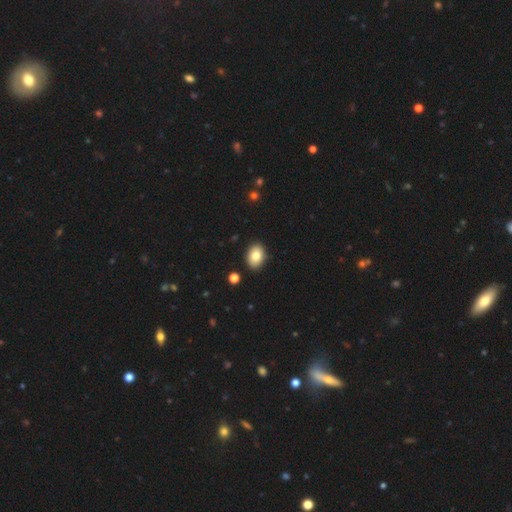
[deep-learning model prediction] Smooth or featured? Predicted: smooth (p=0.81). How rounded? Predicted: in between (p=0.78). Merging? Predicted: none (p=0.89).